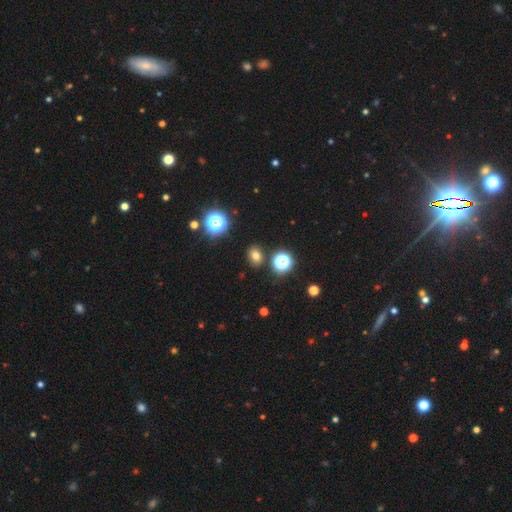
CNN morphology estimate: smooth-or-featured: smooth: 73% | star or artifact: 19% | featured or disk: 8%
  how-rounded: round: 51% | in between: 48% | cigar-shaped: 1%
  merging: none: 86% | minor disturbance: 8% | merger: 4% | major disturbance: 3%